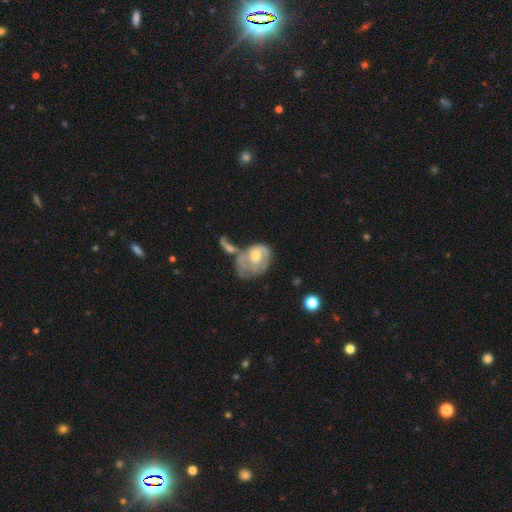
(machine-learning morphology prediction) Smooth or featured? Predicted: featured or disk (p=0.63). Edge-on disk? Predicted: no (p=0.96). Bar? Predicted: no (p=0.68). Spiral arms? Predicted: yes (p=0.64). Bulge size? Predicted: moderate (p=0.66). Merging? Predicted: merger (p=0.45).